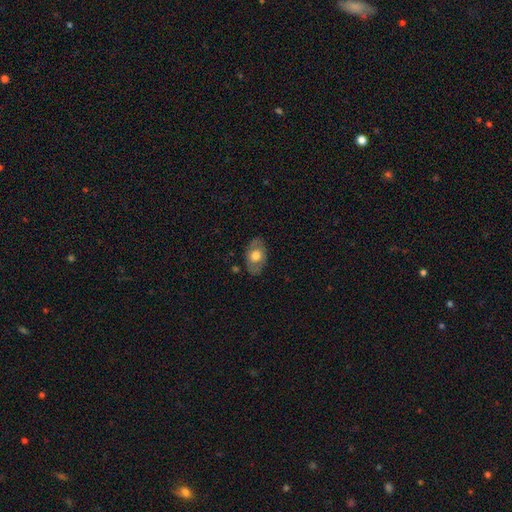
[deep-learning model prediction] Overall: smooth (57%; featured or disk 37%). How rounded: in between (84%). Merging: none (80%).